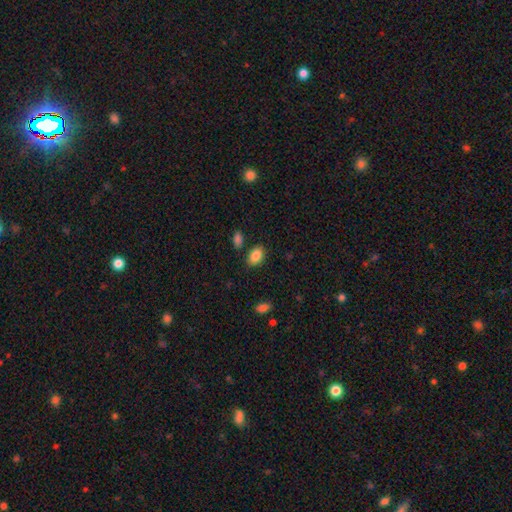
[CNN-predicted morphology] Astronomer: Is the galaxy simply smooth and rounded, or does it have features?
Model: smooth — 87%.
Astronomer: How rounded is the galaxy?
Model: in between — 85%.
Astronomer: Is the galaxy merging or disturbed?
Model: none — 82%.